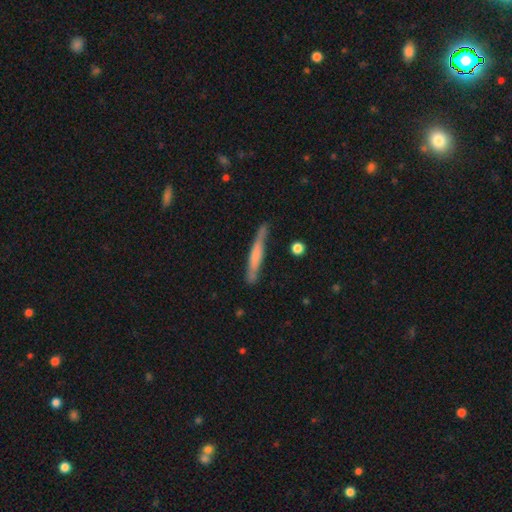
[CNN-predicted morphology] Smooth or featured? Predicted: smooth (p=0.51). How rounded? Predicted: cigar-shaped (p=0.95). Merging? Predicted: none (p=0.75).